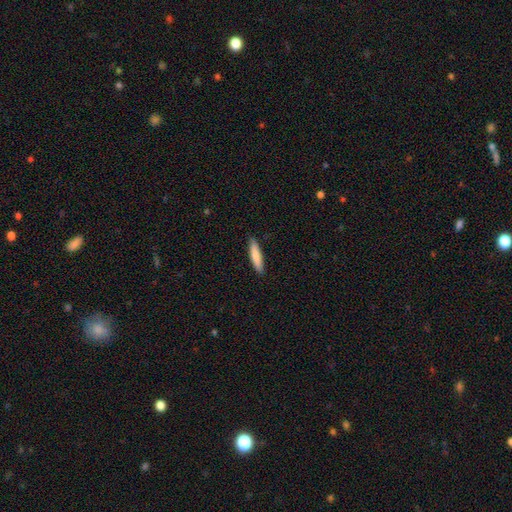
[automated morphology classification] A smooth galaxy with no disk features (82%) that is cigar-shaped (84%).

Vote fractions:
- Smooth or featured? smooth: 82% / featured or disk: 13% / star or artifact: 5%
- How rounded? cigar-shaped: 84% / in between: 15% / round: 1%
- Merging? none: 90% / minor disturbance: 8% / major disturbance: 2% / merger: 1%